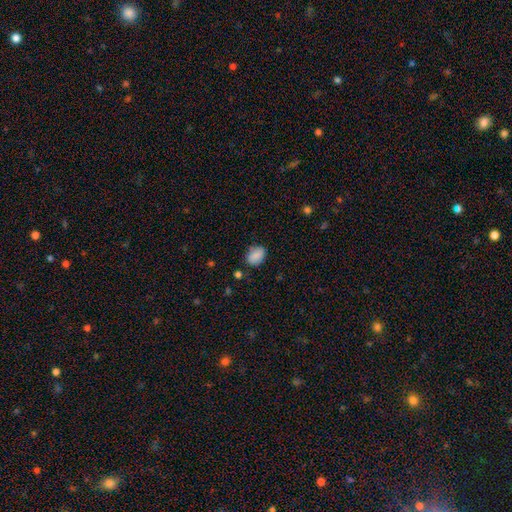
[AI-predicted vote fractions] The model was most divided on "how rounded": in between: 69%, round: 30%, cigar-shaped: 1%. More confident: smooth or featured — smooth (86%); merging — none (77%).